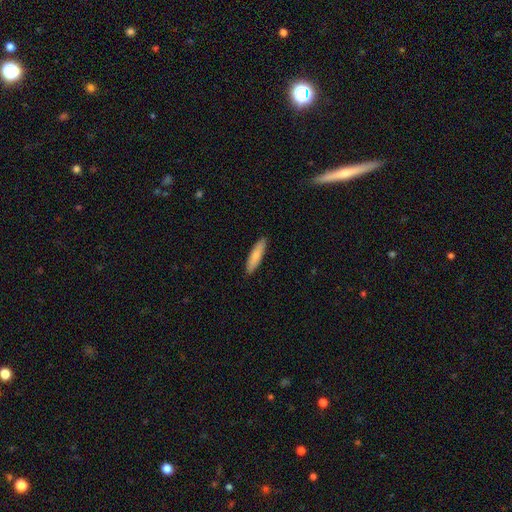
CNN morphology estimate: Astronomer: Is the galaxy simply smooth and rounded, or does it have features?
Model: smooth — 82%.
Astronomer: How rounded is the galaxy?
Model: cigar-shaped — 74%.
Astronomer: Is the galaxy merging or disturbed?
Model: none — 90%.